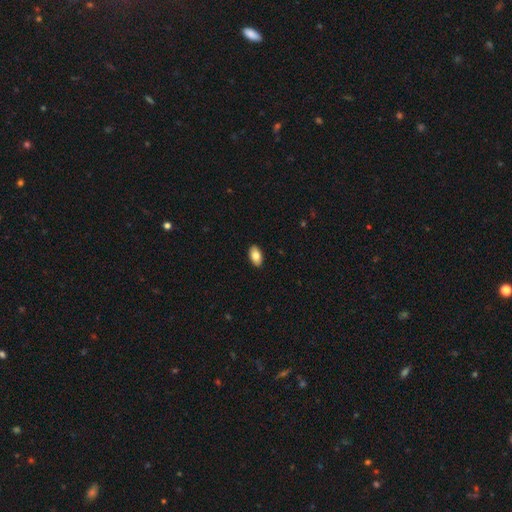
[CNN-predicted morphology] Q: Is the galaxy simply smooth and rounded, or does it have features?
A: smooth — 83%.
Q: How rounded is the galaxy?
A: in between — 94%.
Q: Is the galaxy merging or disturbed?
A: none — 90%.